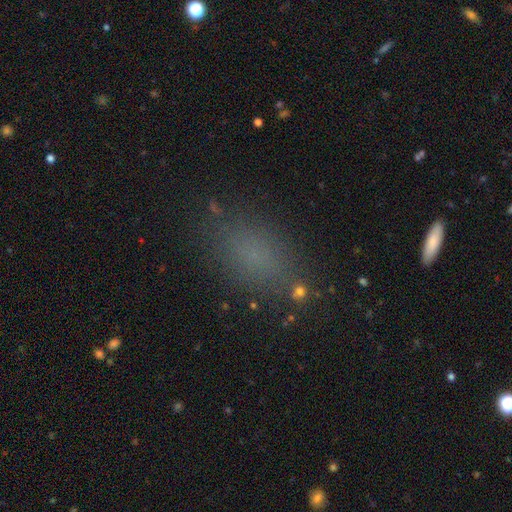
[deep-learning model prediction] Morphology: type=smooth (73%); roundness=in between (83%); merging=none (80%).